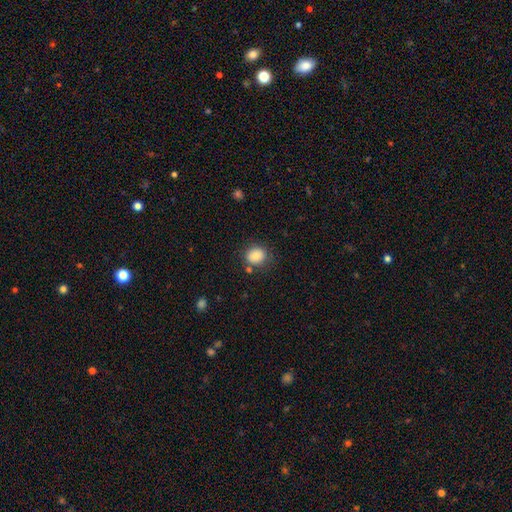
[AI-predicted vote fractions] This appears to be a smooth galaxy with no disk features (85%) that is round (71%). Merging: none (78%).